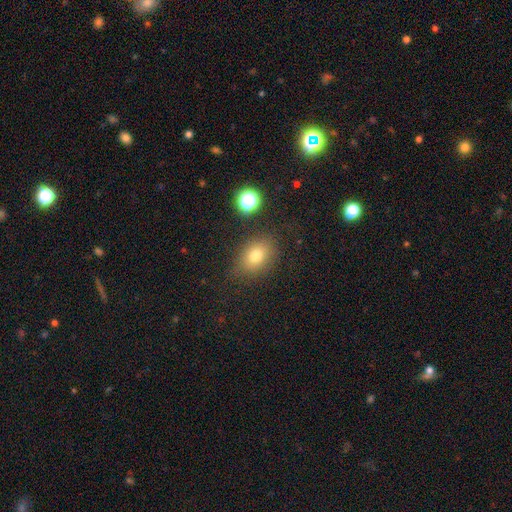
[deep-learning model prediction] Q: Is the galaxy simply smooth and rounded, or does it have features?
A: smooth — 75%.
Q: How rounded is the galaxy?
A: in between — 67%.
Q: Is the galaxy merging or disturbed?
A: none — 79%.